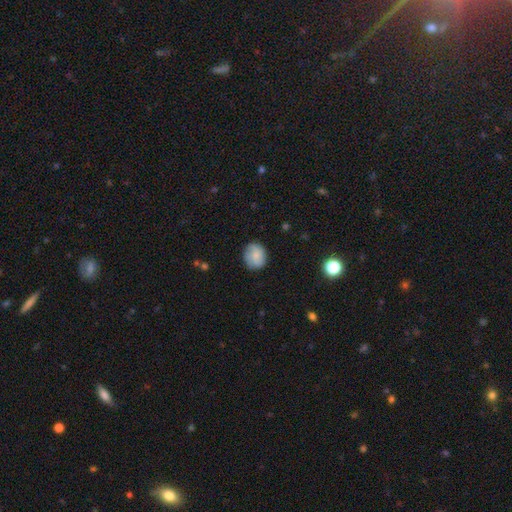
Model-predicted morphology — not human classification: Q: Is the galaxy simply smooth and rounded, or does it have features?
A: smooth — 72%.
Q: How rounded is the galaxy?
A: round — 72%.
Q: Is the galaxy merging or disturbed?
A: none — 79%.